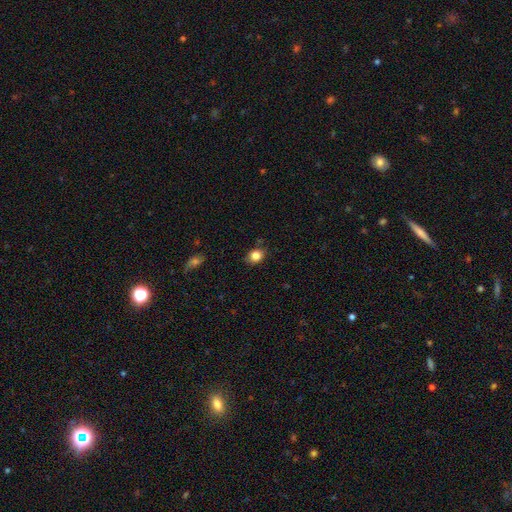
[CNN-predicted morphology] A smooth galaxy with no disk features (83%) that is in between round and cigar-shaped (52%).

Vote fractions:
- Smooth or featured? smooth: 83% / star or artifact: 10% / featured or disk: 7%
- How rounded? in between: 52% / round: 47% / cigar-shaped: 1%
- Merging? none: 80% / minor disturbance: 15% / major disturbance: 3% / merger: 2%